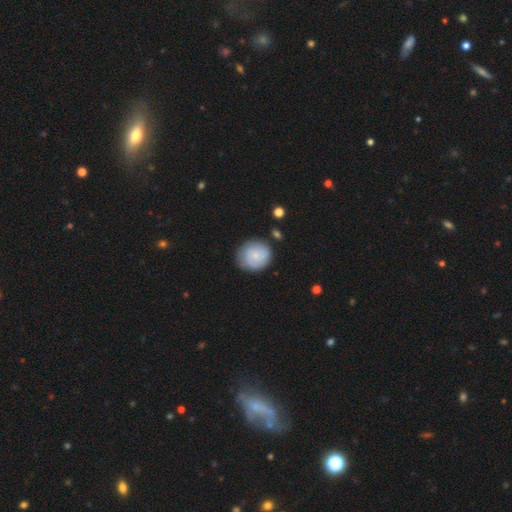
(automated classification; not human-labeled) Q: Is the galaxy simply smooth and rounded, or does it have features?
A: smooth — 72%.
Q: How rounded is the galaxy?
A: round — 88%.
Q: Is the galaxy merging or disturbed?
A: none — 75%.